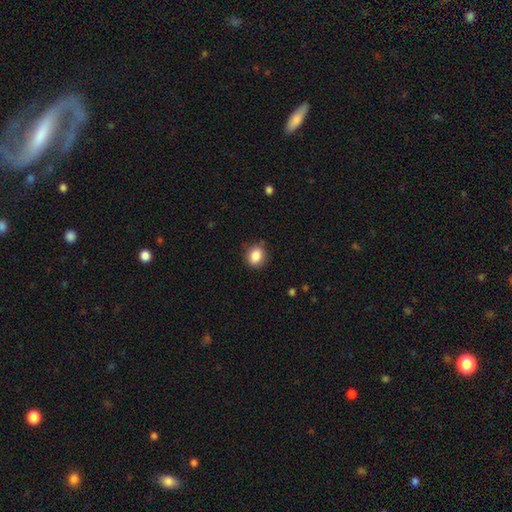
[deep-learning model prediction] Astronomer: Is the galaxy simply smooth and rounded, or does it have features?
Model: smooth — 86%.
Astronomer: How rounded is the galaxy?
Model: round — 58% (runner-up: in between, 41%).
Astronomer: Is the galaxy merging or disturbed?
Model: none — 81%.